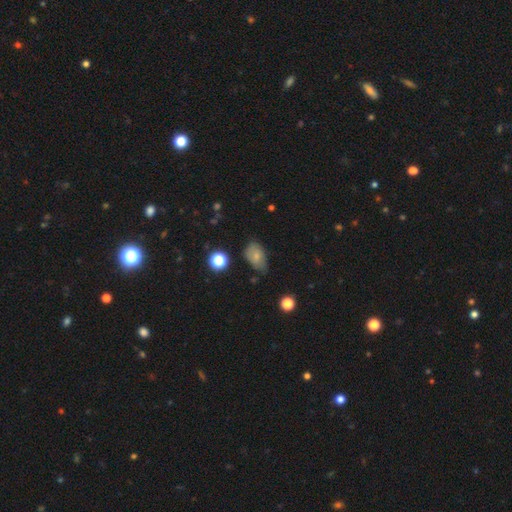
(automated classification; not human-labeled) Smooth or featured?
  - smooth: 71% *
  - featured or disk: 18%
  - star or artifact: 11%
How rounded?
  - in between: 86% *
  - round: 12%
  - cigar-shaped: 2%
Merging?
  - none: 57% *
  - minor disturbance: 33%
  - major disturbance: 7%
  - merger: 3%